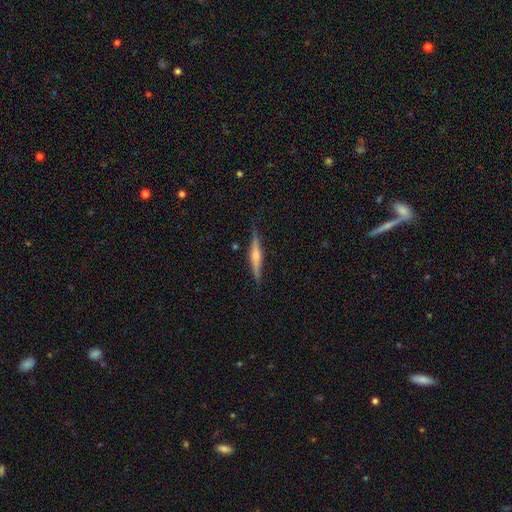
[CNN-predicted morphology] featured or disk 63%, smooth 31%, star or artifact 6%. Down the decision tree: edge-on disk — yes (98%); edge-on bulge — rounded (75%); merging — none (87%).